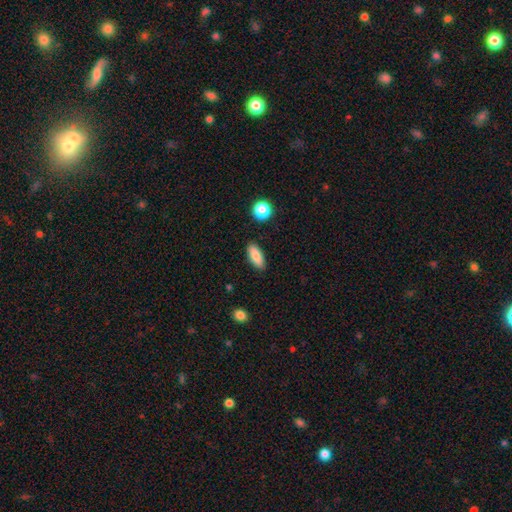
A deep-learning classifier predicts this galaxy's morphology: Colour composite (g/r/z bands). It shows a smooth galaxy with no disk features (83%) that is in between round and cigar-shaped (78%). Merging: none (87%).